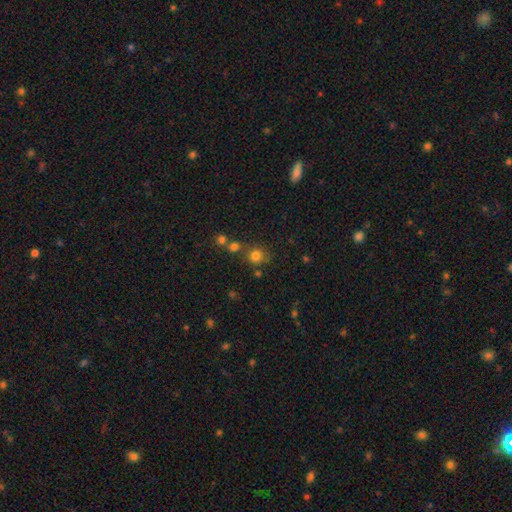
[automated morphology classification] A smooth galaxy with no disk features (76%) that is round (87%).

Vote fractions:
- Smooth or featured? smooth: 76% / star or artifact: 17% / featured or disk: 7%
- How rounded? round: 87% / in between: 12% / cigar-shaped: 1%
- Merging? none: 69% / merger: 17% / minor disturbance: 10% / major disturbance: 4%